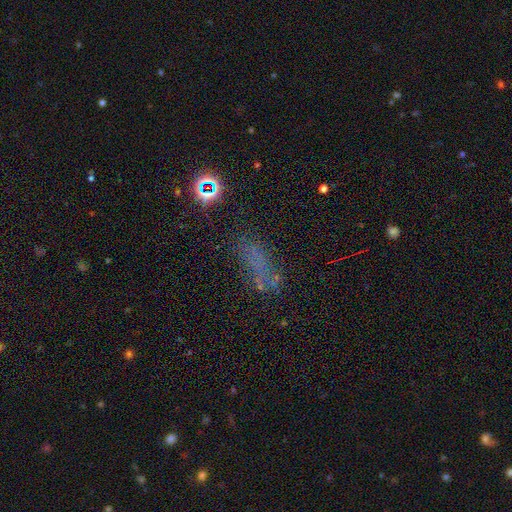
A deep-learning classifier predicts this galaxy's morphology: Smooth or featured: smooth — 42% (star or artifact — 33%)
Merging: none — 51% (minor disturbance — 22%)